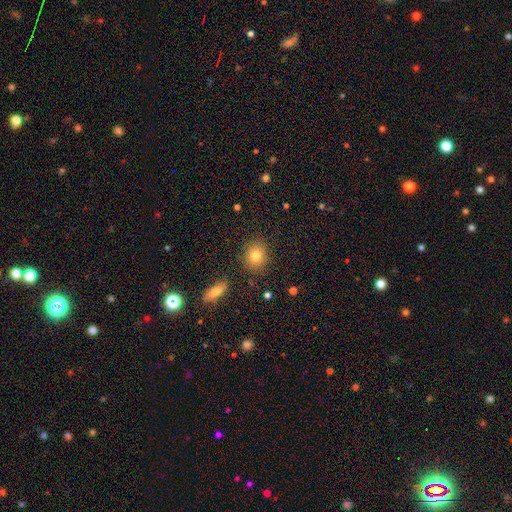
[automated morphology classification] Smooth or featured?
  - smooth: 80% *
  - star or artifact: 11%
  - featured or disk: 9%
How rounded?
  - round: 75% *
  - in between: 23%
  - cigar-shaped: 1%
Merging?
  - none: 86% *
  - minor disturbance: 8%
  - merger: 3%
  - major disturbance: 3%